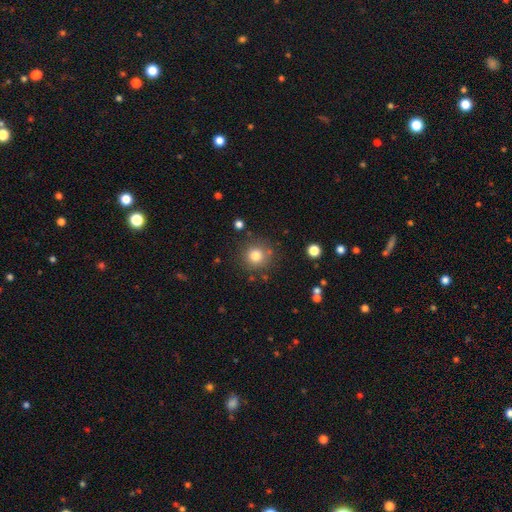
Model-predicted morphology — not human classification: Smooth or featured? smooth (80%)
How rounded? round (93%)
Merging? none (81%)